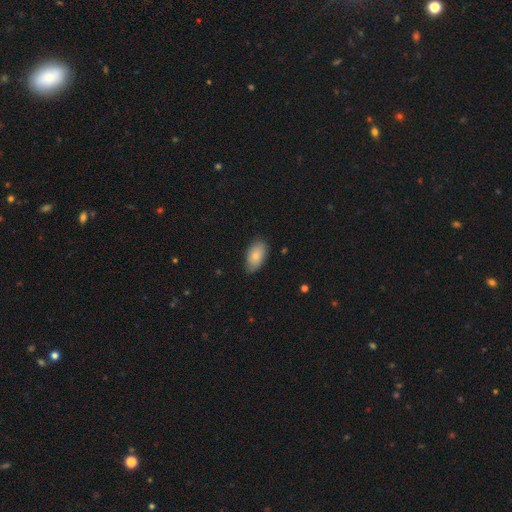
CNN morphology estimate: smooth_or_featured: smooth (p=0.77) [alt: featured or disk p=0.16]
how_rounded: in between (p=0.93) [alt: round p=0.05]
merging: none (p=0.80) [alt: minor disturbance p=0.16]